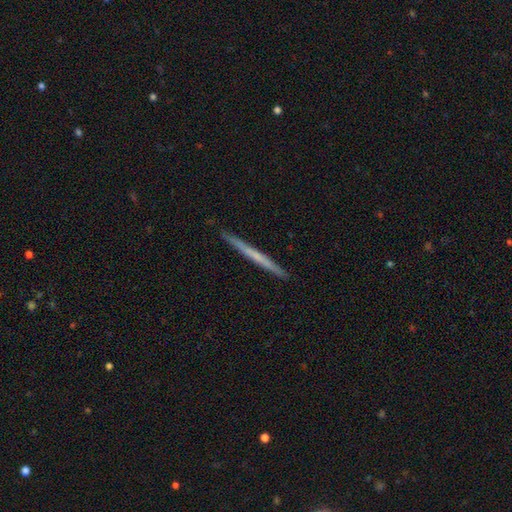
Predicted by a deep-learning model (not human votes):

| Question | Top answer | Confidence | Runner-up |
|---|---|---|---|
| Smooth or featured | featured or disk | 53% | smooth (42%) |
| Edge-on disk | yes | 97% | no (3%) |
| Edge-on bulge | none | 83% | rounded (14%) |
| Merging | none | 93% | minor disturbance (5%) |